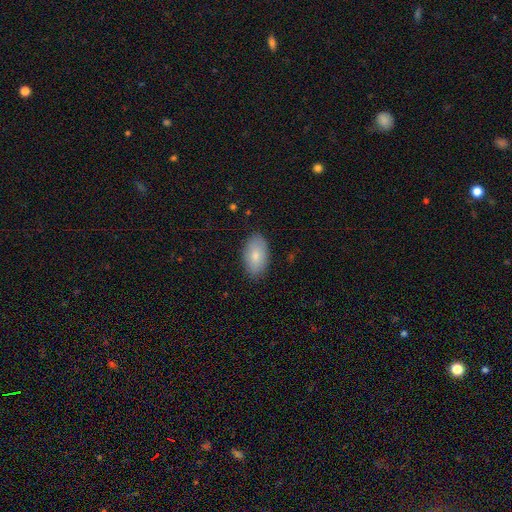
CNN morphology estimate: A smooth galaxy with no disk features (81%) that is in between round and cigar-shaped (95%).

Vote fractions:
- Smooth or featured? smooth: 81% / featured or disk: 12% / star or artifact: 6%
- How rounded? in between: 95% / round: 4% / cigar-shaped: 2%
- Merging? none: 86% / minor disturbance: 11% / major disturbance: 2% / merger: 1%